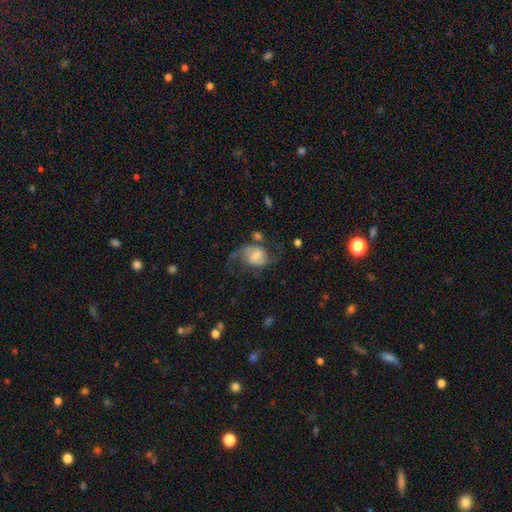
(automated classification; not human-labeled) A featured or disk galaxy (76%) with a weak bar (47%), 2 (91%) loose (61%) spiral arms (94%) and a moderate central bulge (32%). Merging: none (57%).